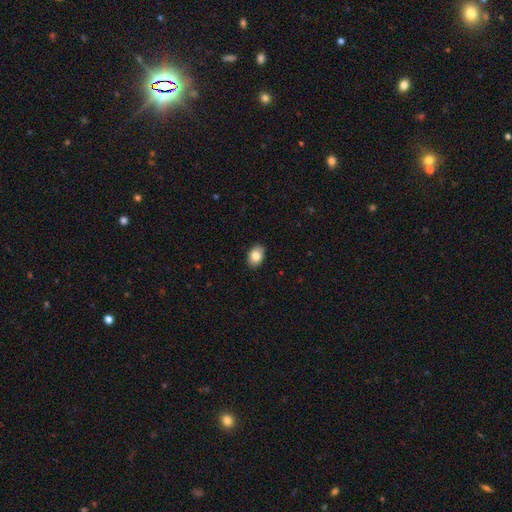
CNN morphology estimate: Overall: smooth (84%). How rounded: in between (83%). Merging: none (90%).